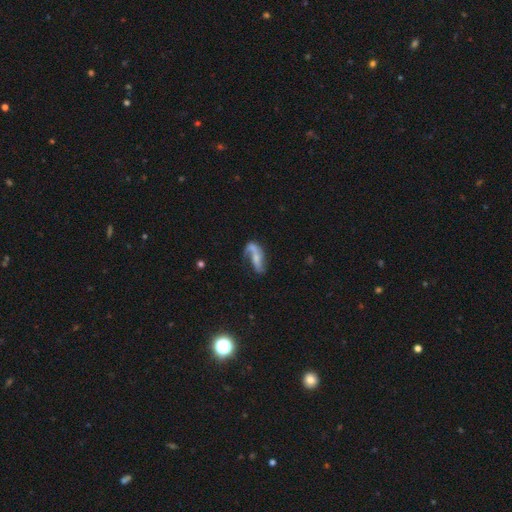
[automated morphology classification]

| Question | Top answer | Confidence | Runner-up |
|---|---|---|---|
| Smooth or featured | featured or disk | 56% | smooth (36%) |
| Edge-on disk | no | 88% | yes (12%) |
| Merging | none | 34% | major disturbance (28%) |